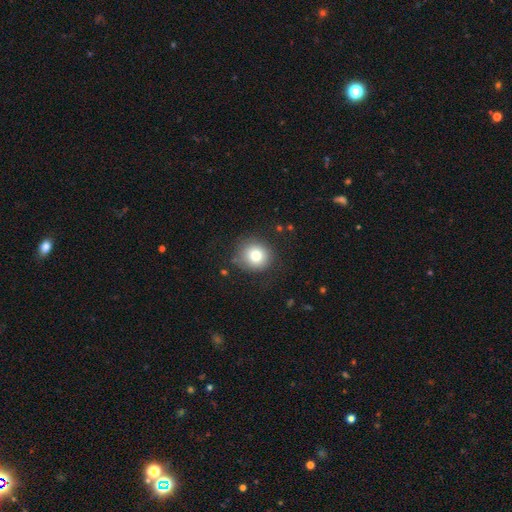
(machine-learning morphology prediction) Overall: smooth (77%). How rounded: round (91%). Merging: none (82%).